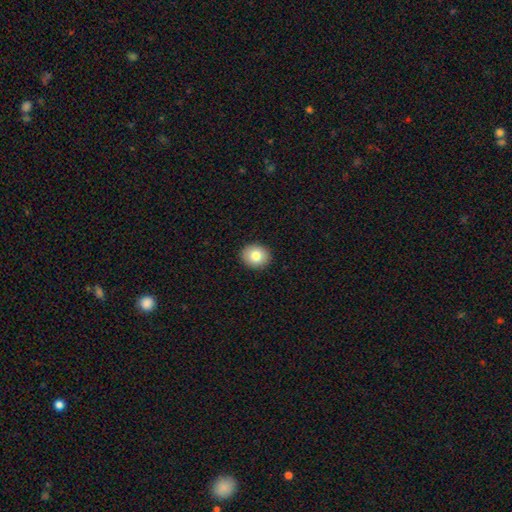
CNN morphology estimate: Q: Smooth or featured?
A: smooth (81%); runner-up: featured or disk (10%)
Q: How rounded?
A: round (74%); runner-up: in between (25%)
Q: Merging?
A: none (92%); runner-up: minor disturbance (6%)